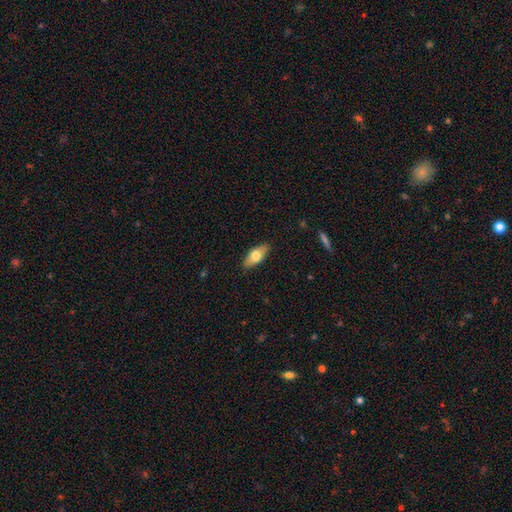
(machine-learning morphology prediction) A smooth galaxy with no disk features (69%) that is in between round and cigar-shaped (82%). Merging: none (88%).